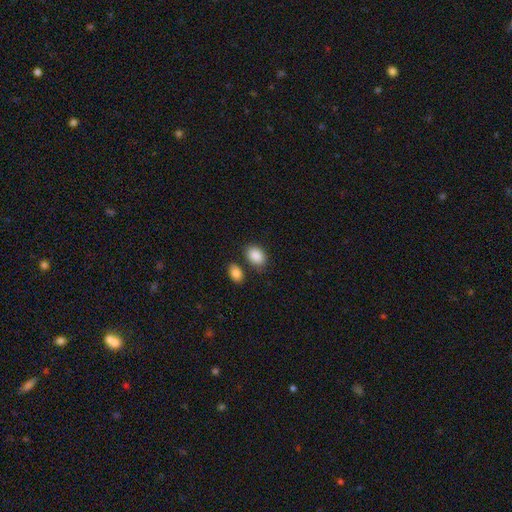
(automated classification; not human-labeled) A smooth galaxy with no disk features (88%) that is in between round and cigar-shaped (77%). Merging: none (72%).